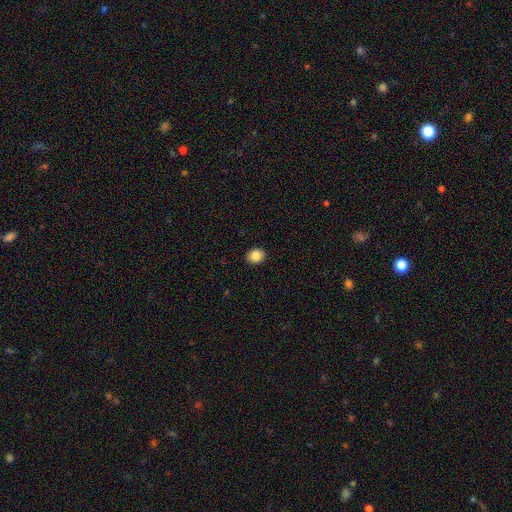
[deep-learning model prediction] smooth-or-featured: smooth: 86% | star or artifact: 9% | featured or disk: 5%
  how-rounded: round: 64% | in between: 35% | cigar-shaped: 1%
  merging: none: 92% | minor disturbance: 6% | major disturbance: 2% | merger: 1%